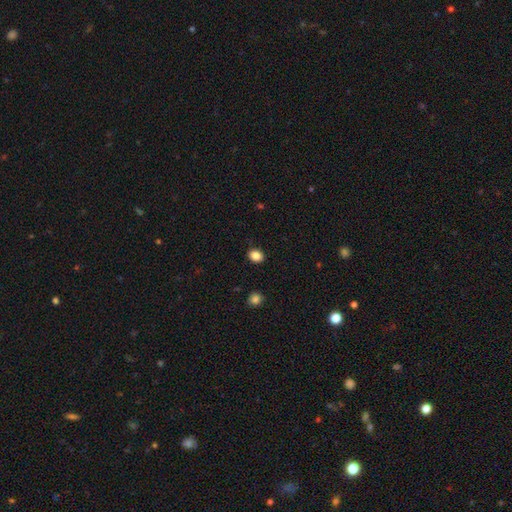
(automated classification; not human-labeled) A smooth galaxy with no disk features (86%) that is in between round and cigar-shaped (52%).

Vote fractions:
- Smooth or featured? smooth: 86% / star or artifact: 10% / featured or disk: 4%
- How rounded? in between: 52% / round: 47% / cigar-shaped: 1%
- Merging? none: 89% / minor disturbance: 8% / major disturbance: 2% / merger: 1%